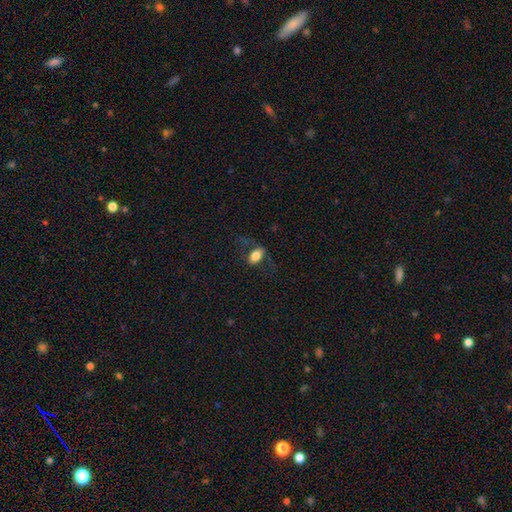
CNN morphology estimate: A smooth galaxy with no disk features (73%) that is in between round and cigar-shaped (88%). Merging: none (68%).